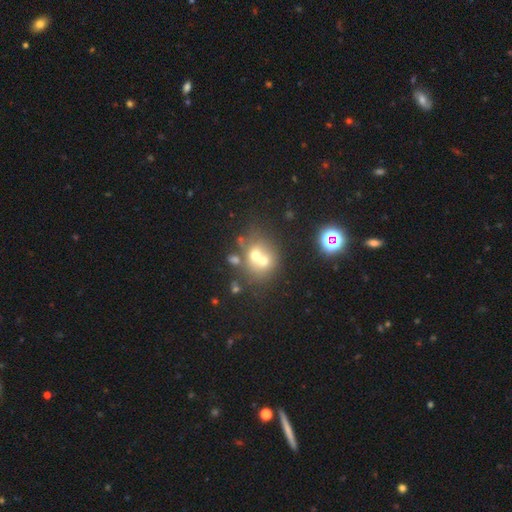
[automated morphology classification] smooth-or-featured: smooth: 57% | featured or disk: 26% | star or artifact: 17%
  how-rounded: round: 72% | in between: 27% | cigar-shaped: 1%
  merging: merger: 58% | none: 31% | minor disturbance: 7% | major disturbance: 4%